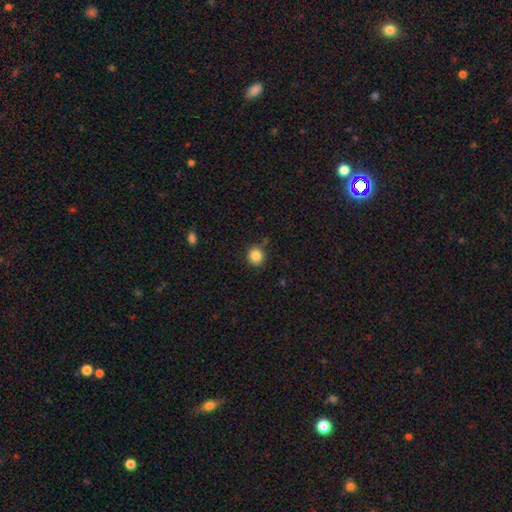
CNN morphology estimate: Smooth or featured? smooth (85%)
How rounded? round (92%)
Merging? none (87%)